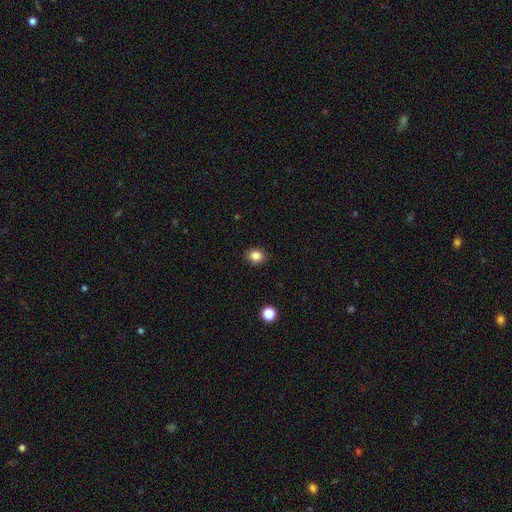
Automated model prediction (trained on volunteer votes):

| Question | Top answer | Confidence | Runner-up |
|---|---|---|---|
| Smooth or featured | smooth | 84% | star or artifact (11%) |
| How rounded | round | 67% | in between (32%) |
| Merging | none | 89% | minor disturbance (7%) |